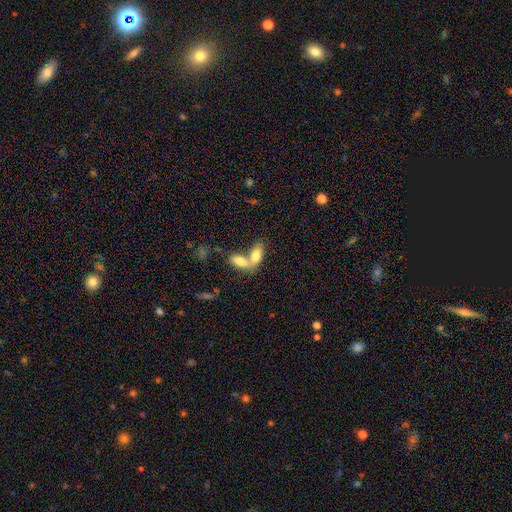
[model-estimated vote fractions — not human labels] smooth-or-featured: smooth: 79% | featured or disk: 15% | star or artifact: 7%
  how-rounded: in between: 86% | cigar-shaped: 10% | round: 4%
  merging: merger: 69% | none: 22% | minor disturbance: 6% | major disturbance: 3%